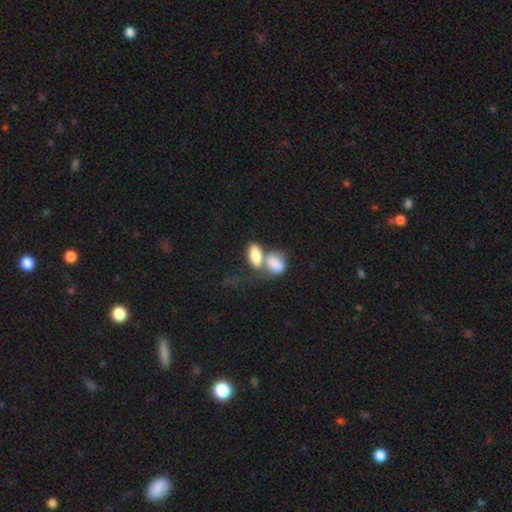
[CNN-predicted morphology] Smooth or featured? smooth (79%)
How rounded? in between (90%)
Merging? merger (66%)